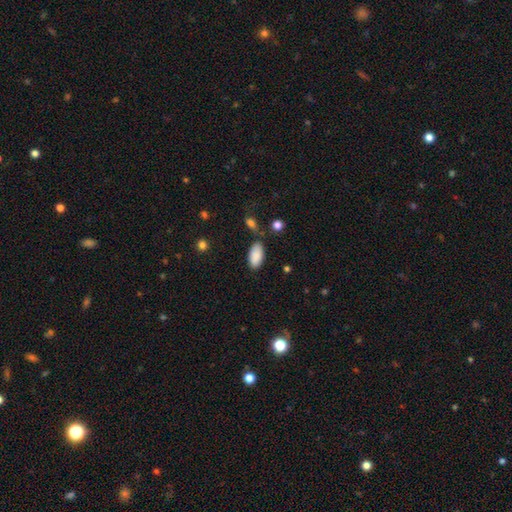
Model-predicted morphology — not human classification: The model was most divided on "merging": none: 74%, minor disturbance: 16%, merger: 6%, major disturbance: 4%. More confident: how rounded — in between (94%); smooth or featured — smooth (89%).